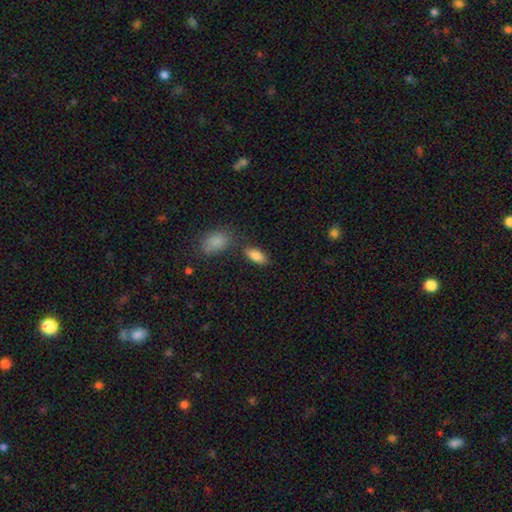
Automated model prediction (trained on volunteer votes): Overall: smooth (85%). How rounded: in between (83%). Merging: none (74%).